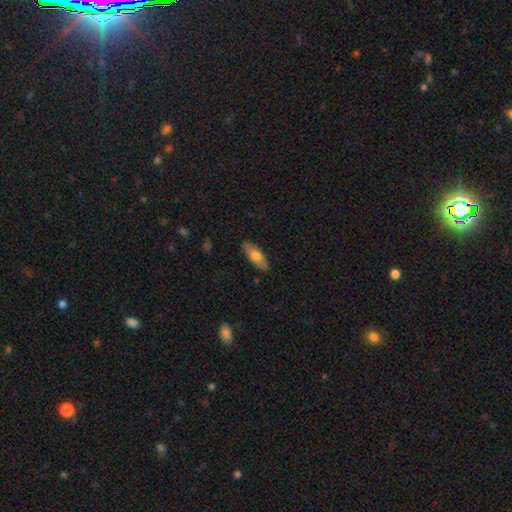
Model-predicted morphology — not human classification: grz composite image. It shows a smooth galaxy with no disk features (67%) that is in between round and cigar-shaped (62%). Merging: none (87%).